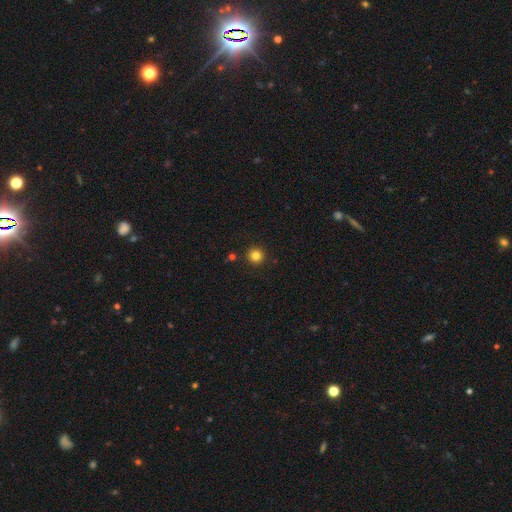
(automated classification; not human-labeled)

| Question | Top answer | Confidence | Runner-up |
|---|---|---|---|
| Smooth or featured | smooth | 82% | star or artifact (13%) |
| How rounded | round | 96% | in between (3%) |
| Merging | none | 92% | minor disturbance (4%) |